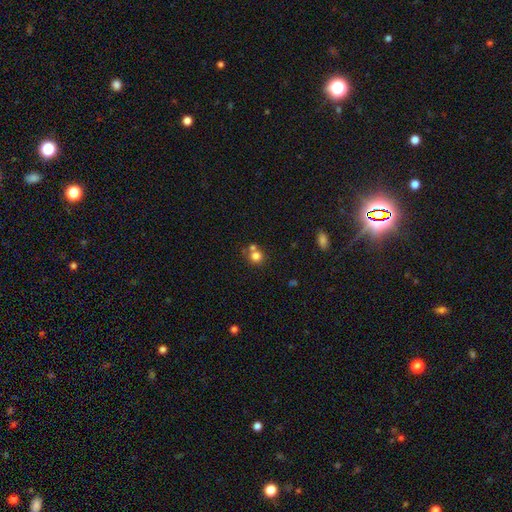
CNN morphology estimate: smooth-or-featured: smooth: 79% | star or artifact: 12% | featured or disk: 9%
  how-rounded: round: 87% | in between: 12% | cigar-shaped: 1%
  merging: none: 54% | merger: 33% | minor disturbance: 9% | major disturbance: 4%